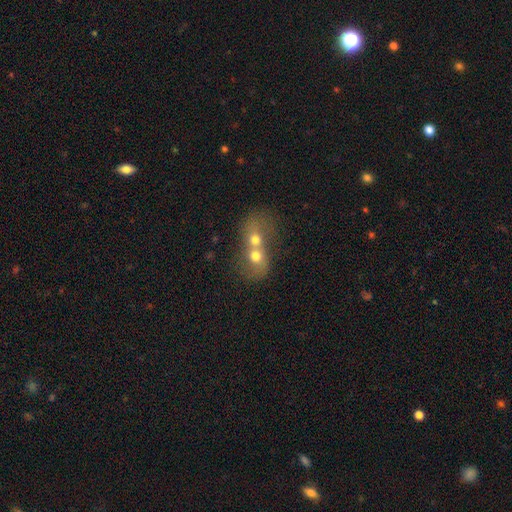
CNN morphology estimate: type=smooth (57%); roundness=round (59%); merging=merger (83%).